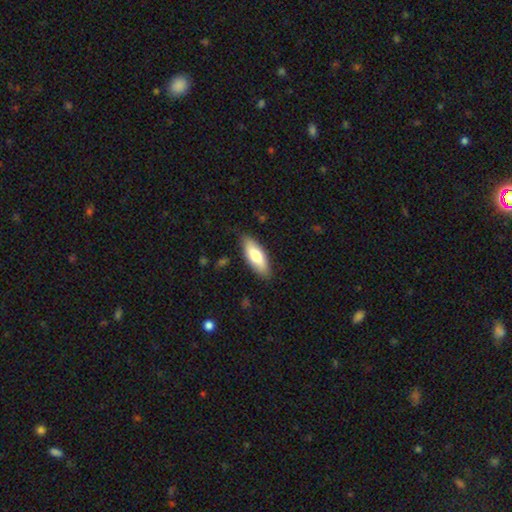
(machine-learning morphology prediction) This is likely a smooth galaxy (73%). How rounded: likely in between (71%). Merging: clearly none (84%).